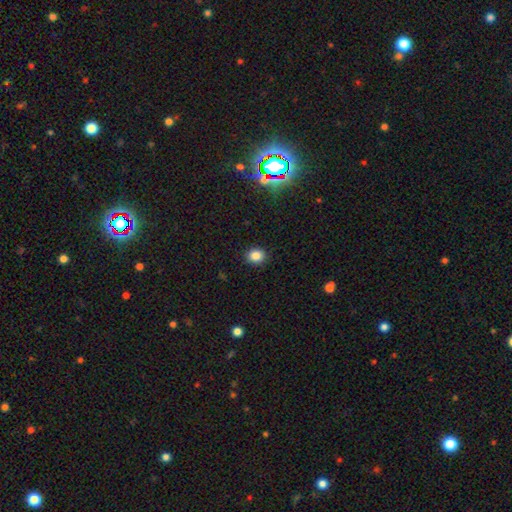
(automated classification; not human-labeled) smooth_or_featured: smooth (p=0.84) [alt: star or artifact p=0.12]
how_rounded: round (p=0.72) [alt: in between p=0.27]
merging: none (p=0.90) [alt: minor disturbance p=0.07]